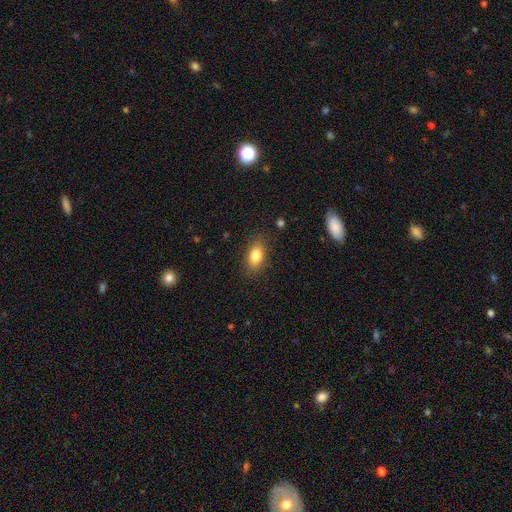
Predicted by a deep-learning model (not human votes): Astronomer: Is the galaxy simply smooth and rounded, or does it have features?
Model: smooth — 83%.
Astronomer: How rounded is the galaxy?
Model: in between — 87%.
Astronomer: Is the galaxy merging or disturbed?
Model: none — 85%.